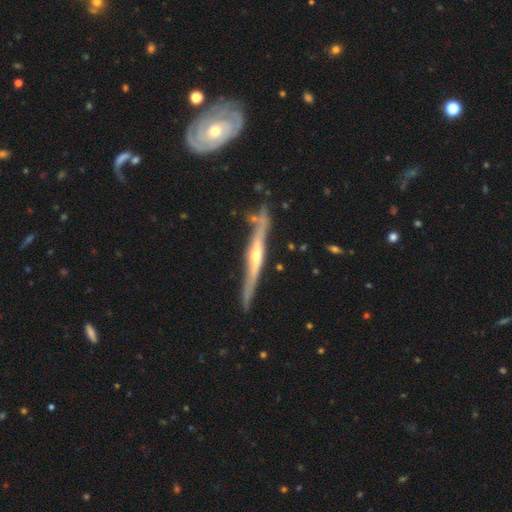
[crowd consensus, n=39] smooth-or-featured: featured or disk: 90% | smooth: 10% | star or artifact: 0%
  disk-edge-on: yes: 89% | no: 11%
    edge-on-bulge: rounded: 90% | boxy: 6% | none: 3%
  merging: none: 82% | minor disturbance: 8% | merger: 8% | major disturbance: 3%